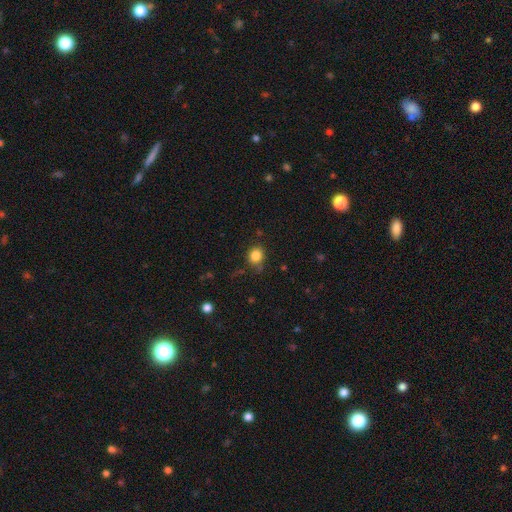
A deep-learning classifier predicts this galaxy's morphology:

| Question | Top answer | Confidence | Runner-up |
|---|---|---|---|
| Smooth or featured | smooth | 84% | star or artifact (11%) |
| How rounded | round | 78% | in between (21%) |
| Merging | none | 76% | minor disturbance (16%) |